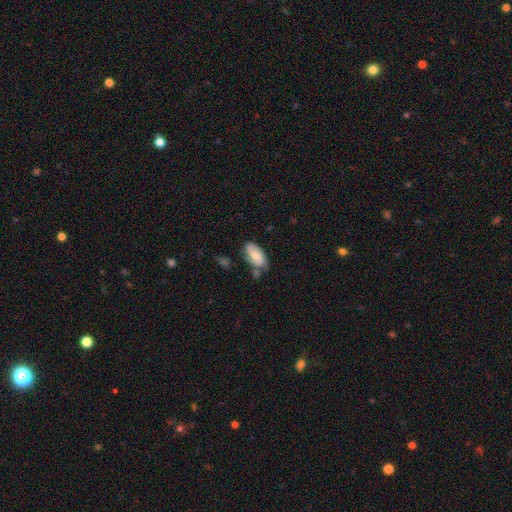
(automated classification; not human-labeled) This appears to be a smooth galaxy with no disk features (58%) that is in between round and cigar-shaped (92%). Merging: none (53%).